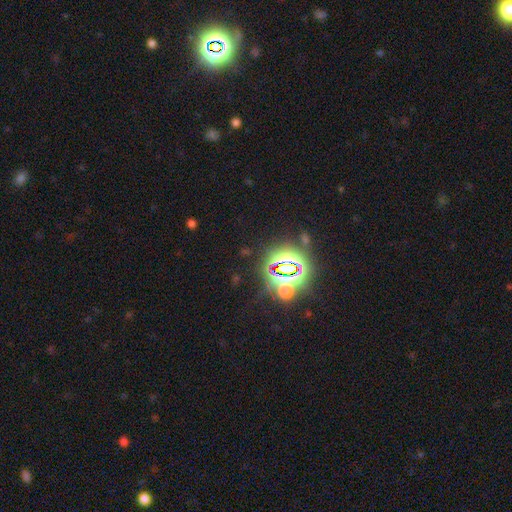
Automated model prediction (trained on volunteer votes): Q: Smooth or featured?
A: star or artifact (81%); runner-up: smooth (11%)